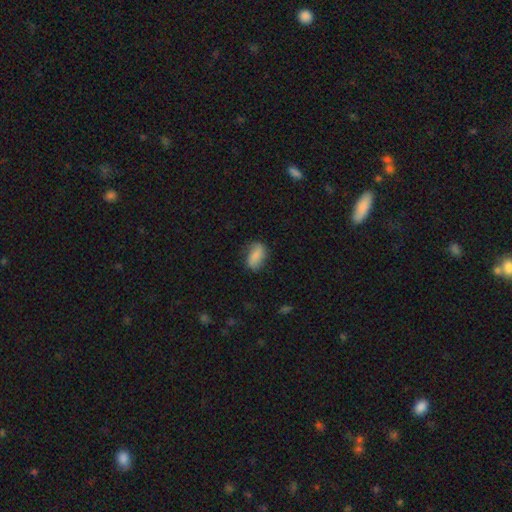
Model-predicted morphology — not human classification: Smooth or featured? Predicted: smooth (p=0.77). How rounded? Predicted: in between (p=0.90). Merging? Predicted: none (p=0.70).